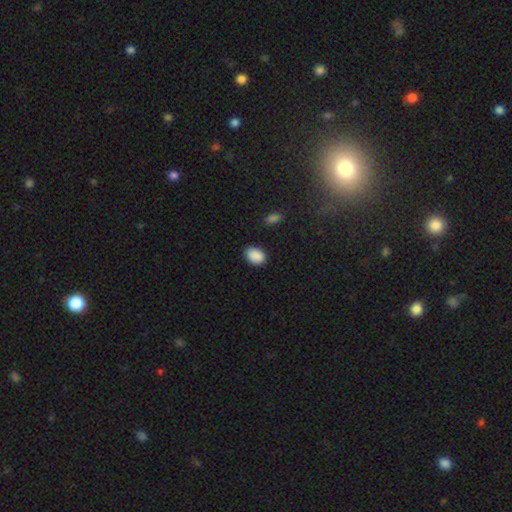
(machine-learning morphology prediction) A smooth galaxy with no disk features (89%) that is in between round and cigar-shaped (78%).

Vote fractions:
- Smooth or featured? smooth: 89% / star or artifact: 8% / featured or disk: 3%
- How rounded? in between: 78% / round: 21% / cigar-shaped: 1%
- Merging? none: 85% / minor disturbance: 12% / major disturbance: 2% / merger: 1%